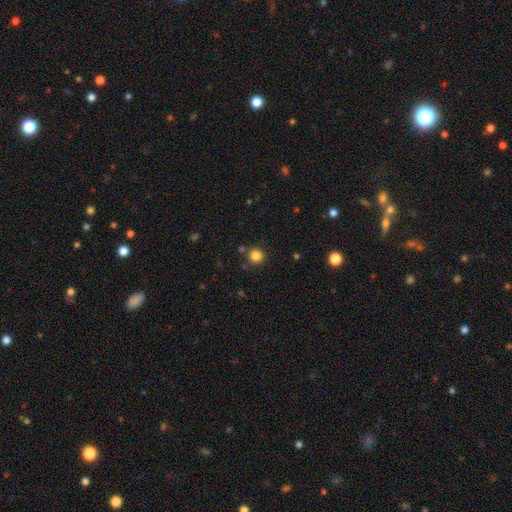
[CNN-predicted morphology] Smooth or featured?
  - smooth: 84% *
  - star or artifact: 12%
  - featured or disk: 4%
How rounded?
  - round: 93% *
  - in between: 6%
  - cigar-shaped: 1%
Merging?
  - none: 84% *
  - minor disturbance: 8%
  - merger: 5%
  - major disturbance: 3%